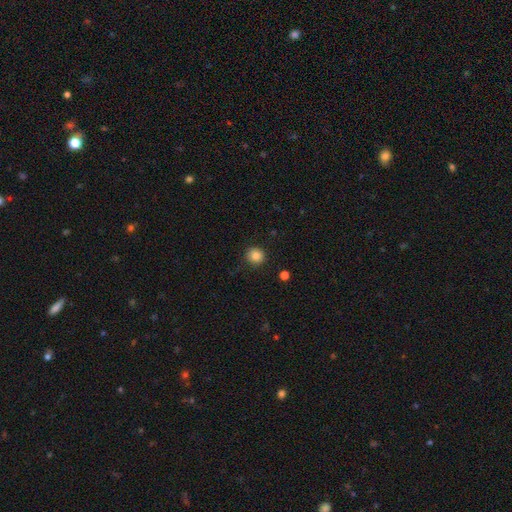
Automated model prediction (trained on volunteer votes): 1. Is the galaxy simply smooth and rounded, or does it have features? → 85% smooth, 11% star or artifact, 5% featured or disk.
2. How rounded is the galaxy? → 91% round, 8% in between, 1% cigar-shaped.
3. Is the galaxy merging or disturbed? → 90% none, 7% minor disturbance, 2% major disturbance, 1% merger.